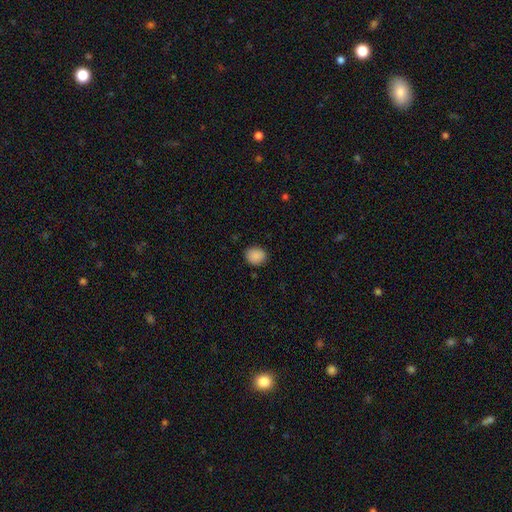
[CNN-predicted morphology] Smooth or featured: smooth — 88% (star or artifact — 9%)
How rounded: round — 60% (in between — 39%)
Merging: none — 84% (minor disturbance — 12%)